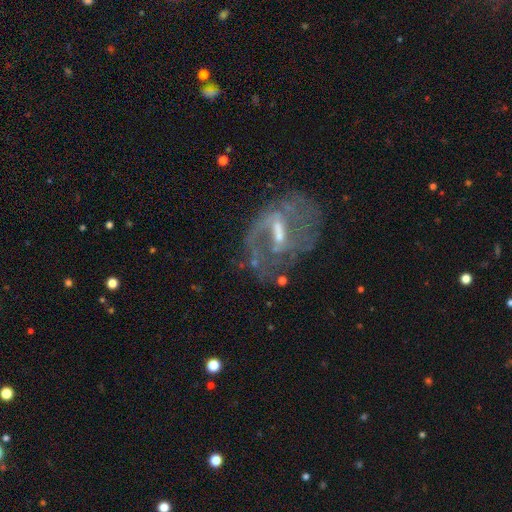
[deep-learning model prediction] Smooth or featured? Predicted: featured or disk (p=0.79). Edge-on disk? Predicted: no (p=0.95). Bar? Predicted: weak (p=0.51). Spiral arms? Predicted: yes (p=0.77). Spiral winding? Predicted: medium (p=0.42). Spiral arm count? Predicted: 2 (p=0.50). Bulge size? Predicted: small (p=0.45). Merging? Predicted: none (p=0.56).